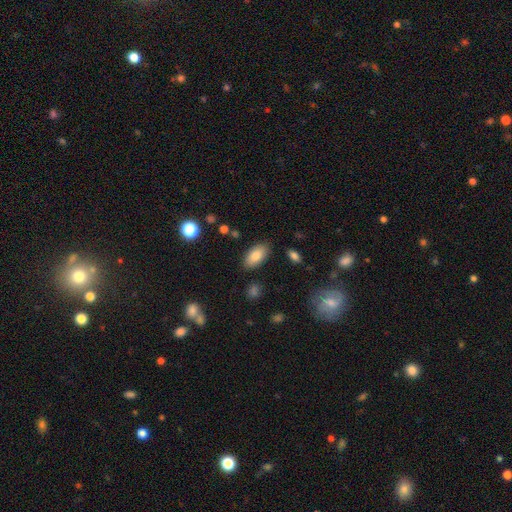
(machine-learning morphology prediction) This appears to be a smooth galaxy with no disk features (83%) that is in between round and cigar-shaped (93%). Merging: none (85%).